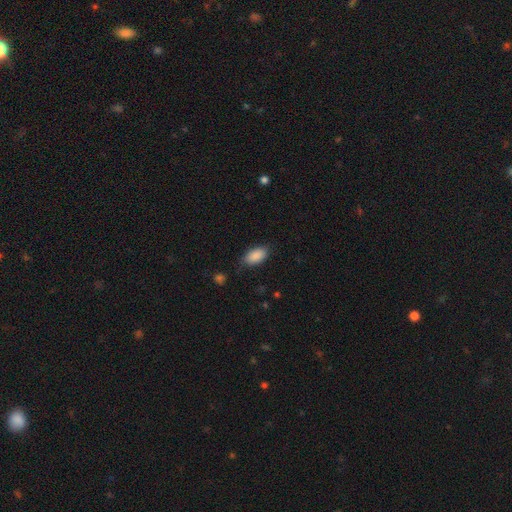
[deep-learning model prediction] smooth-or-featured: smooth: 89% | star or artifact: 7% | featured or disk: 4%
  how-rounded: in between: 93% | round: 4% | cigar-shaped: 3%
  merging: none: 79% | minor disturbance: 16% | major disturbance: 4% | merger: 1%